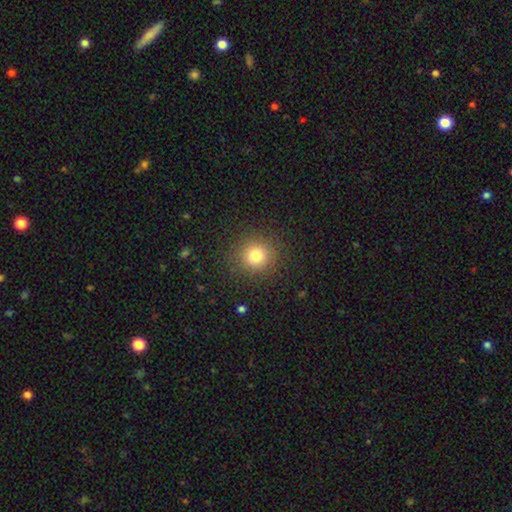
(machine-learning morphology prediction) This appears to be a smooth galaxy with no disk features (79%) that is round (92%). Merging: none (89%).